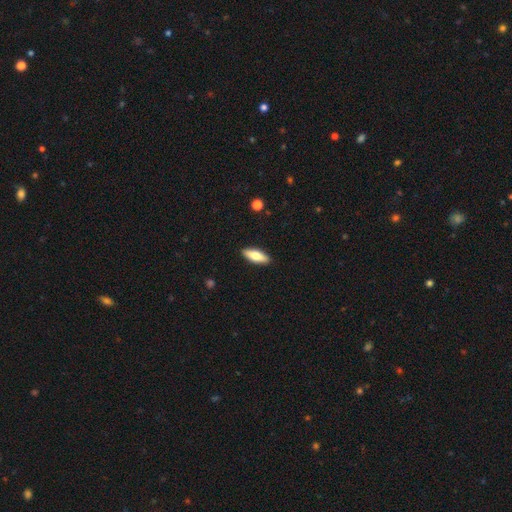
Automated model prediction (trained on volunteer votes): Smooth or featured: smooth — 73% (featured or disk — 22%)
How rounded: in between — 67% (cigar-shaped — 31%)
Merging: none — 90% (minor disturbance — 7%)